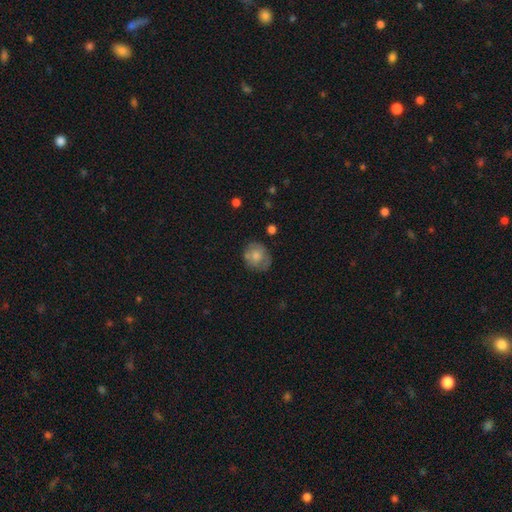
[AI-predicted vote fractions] Smooth or featured? smooth (68%)
How rounded? round (74%)
Merging? none (63%)